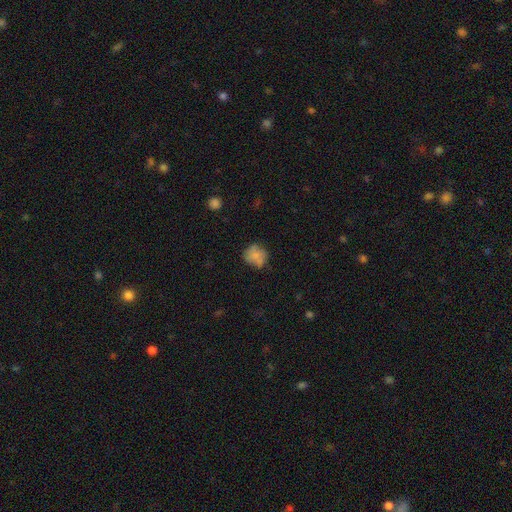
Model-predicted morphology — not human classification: A smooth galaxy with no disk features (70%) that is round (76%). Merging: none (59%).